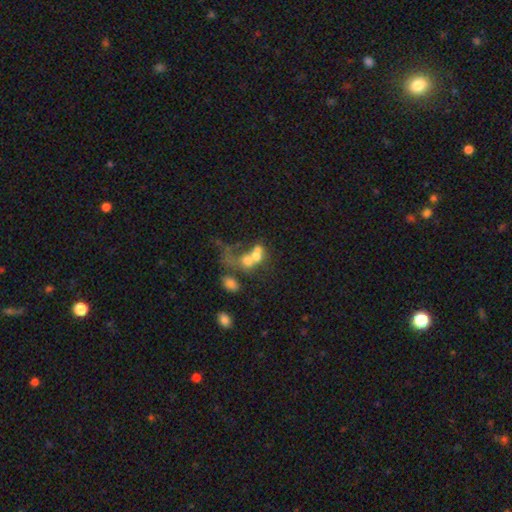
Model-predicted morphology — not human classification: Smooth or featured?
  - smooth: 52% *
  - featured or disk: 34%
  - star or artifact: 14%
How rounded?
  - in between: 57% *
  - round: 41%
  - cigar-shaped: 2%
Merging?
  - merger: 65% *
  - major disturbance: 17%
  - none: 12%
  - minor disturbance: 6%